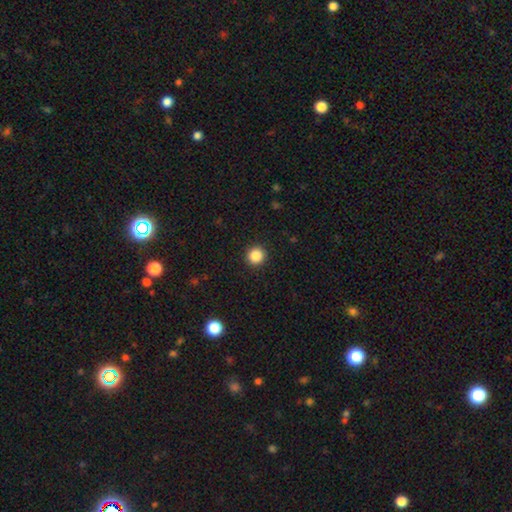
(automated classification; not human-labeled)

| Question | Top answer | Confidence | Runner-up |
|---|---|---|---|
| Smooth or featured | smooth | 86% | star or artifact (11%) |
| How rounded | round | 93% | in between (6%) |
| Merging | none | 93% | minor disturbance (5%) |